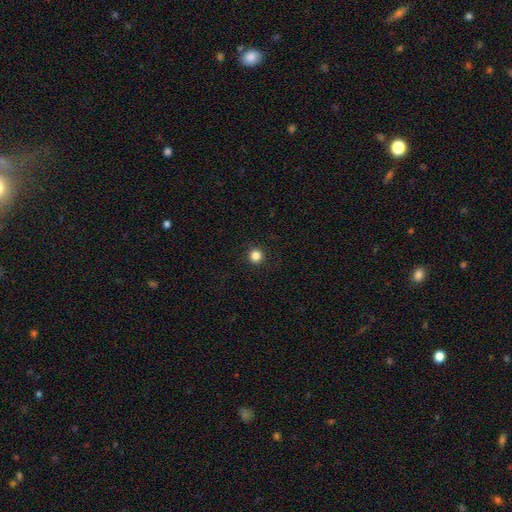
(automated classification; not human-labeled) This is clearly a smooth galaxy (84%). How rounded: clearly round (96%). Merging: clearly none (93%).